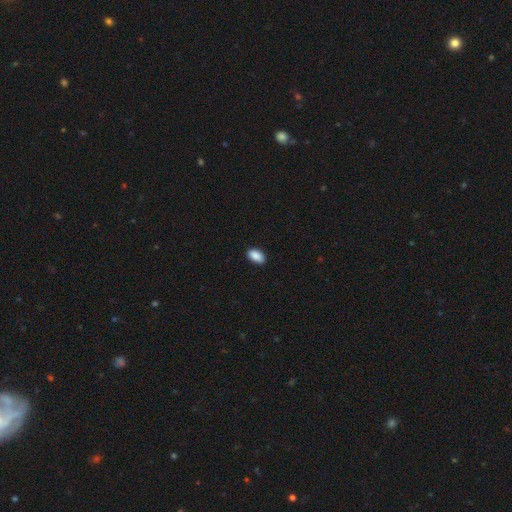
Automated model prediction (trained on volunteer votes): Q: Smooth or featured?
A: smooth (90%); runner-up: star or artifact (7%)
Q: How rounded?
A: in between (93%); runner-up: round (4%)
Q: Merging?
A: none (88%); runner-up: minor disturbance (10%)